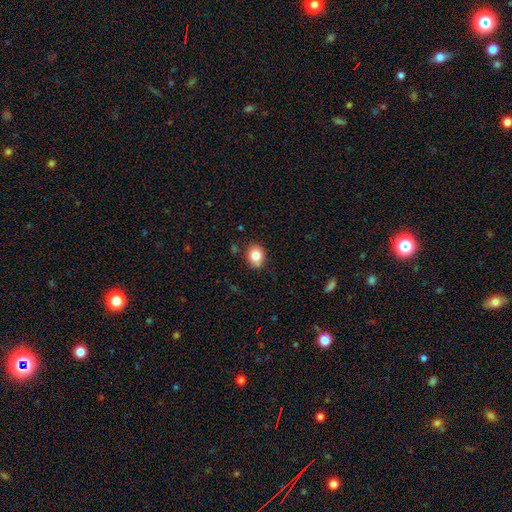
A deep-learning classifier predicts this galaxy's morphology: type=smooth (82%); roundness=round (56%); merging=none (83%).